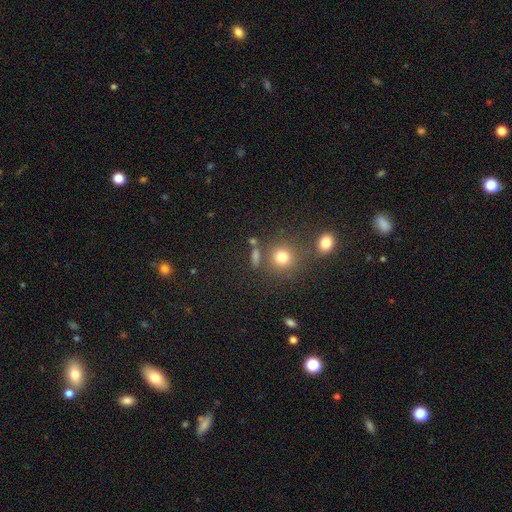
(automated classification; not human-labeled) Q: Smooth or featured?
A: smooth (70%); runner-up: star or artifact (20%)
Q: How rounded?
A: round (74%); runner-up: in between (21%)
Q: Merging?
A: none (73%); runner-up: merger (13%)